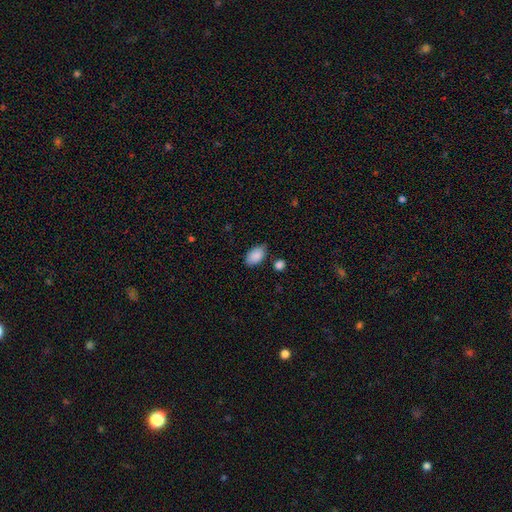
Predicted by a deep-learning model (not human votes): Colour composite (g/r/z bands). It shows a smooth galaxy with no disk features (88%) that is in between round and cigar-shaped (92%). Merging: none (72%).